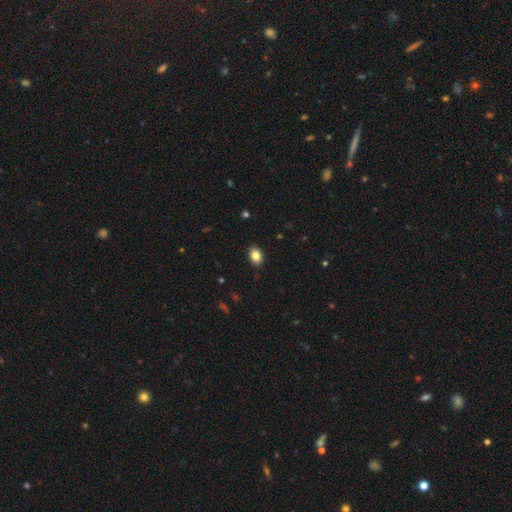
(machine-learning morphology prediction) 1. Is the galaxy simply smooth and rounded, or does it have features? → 85% smooth, 9% star or artifact, 7% featured or disk.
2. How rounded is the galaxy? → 75% in between, 24% round, 1% cigar-shaped.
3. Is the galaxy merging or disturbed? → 89% none, 8% minor disturbance, 2% major disturbance, 1% merger.